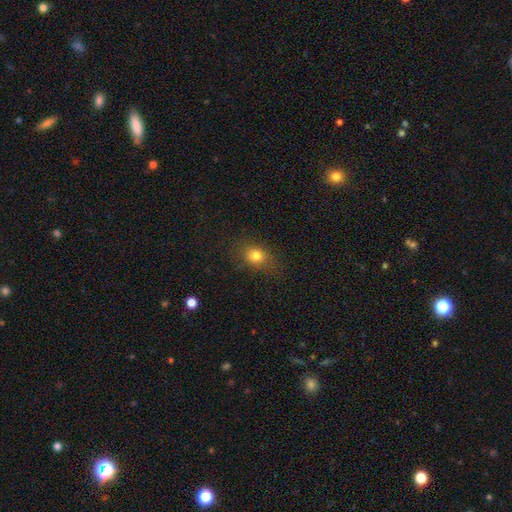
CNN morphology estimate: smooth_or_featured: smooth (p=0.78) [alt: star or artifact p=0.13]
how_rounded: round (p=0.53) [alt: in between p=0.45]
merging: none (p=0.78) [alt: minor disturbance p=0.15]